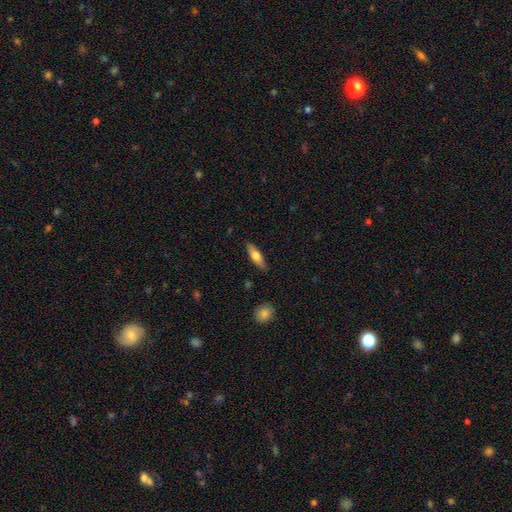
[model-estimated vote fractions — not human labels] Q: Smooth or featured?
A: smooth (67%); runner-up: featured or disk (27%)
Q: How rounded?
A: in between (51%); runner-up: cigar-shaped (47%)
Q: Merging?
A: none (86%); runner-up: minor disturbance (10%)